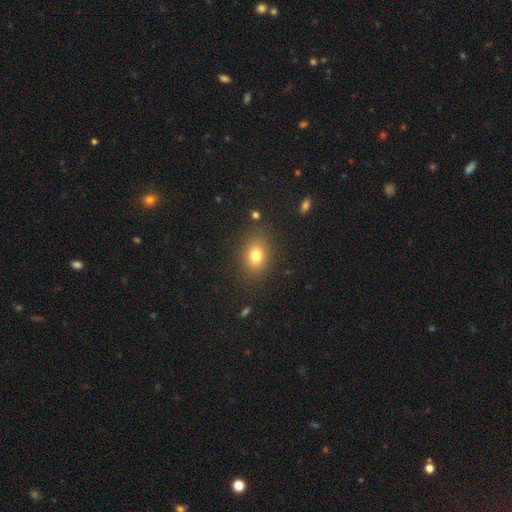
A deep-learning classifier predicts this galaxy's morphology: Smooth or featured? Predicted: smooth (p=0.78). How rounded? Predicted: in between (p=0.66). Merging? Predicted: none (p=0.84).